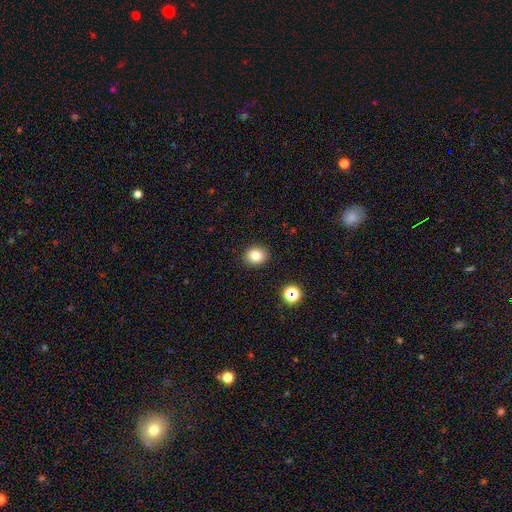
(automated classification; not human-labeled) This appears to be a smooth galaxy with no disk features (80%) that is round (65%). Merging: none (90%).